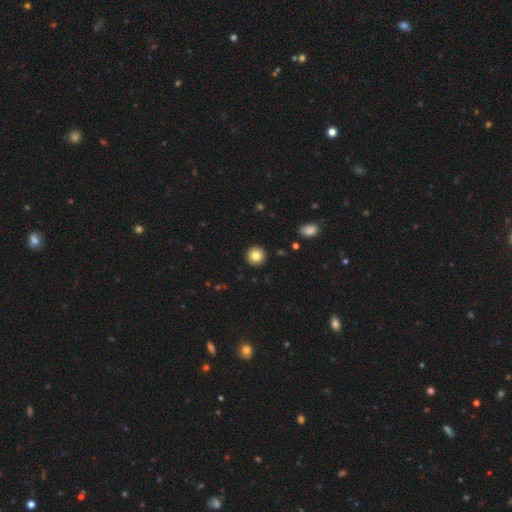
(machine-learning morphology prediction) A smooth galaxy with no disk features (83%) that is round (95%).

Vote fractions:
- Smooth or featured? smooth: 83% / star or artifact: 9% / featured or disk: 8%
- How rounded? round: 95% / in between: 4% / cigar-shaped: 1%
- Merging? none: 93% / minor disturbance: 4% / major disturbance: 1% / merger: 1%